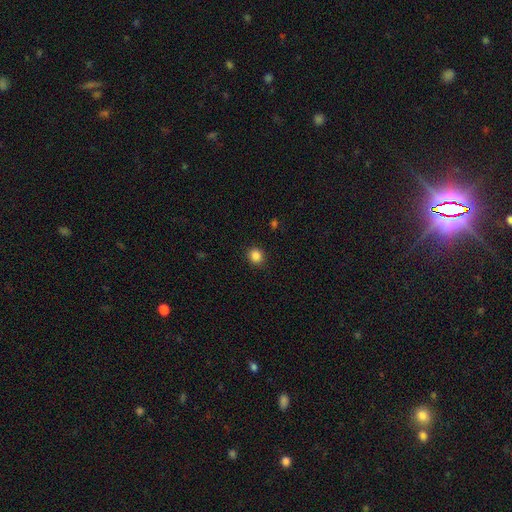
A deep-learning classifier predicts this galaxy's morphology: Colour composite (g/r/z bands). It shows a smooth galaxy with no disk features (86%) that is round (82%). Merging: none (90%).